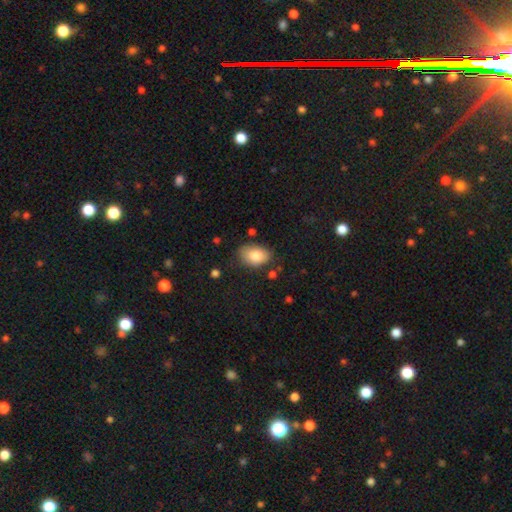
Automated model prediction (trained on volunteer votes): smooth-or-featured: smooth: 82% | featured or disk: 10% | star or artifact: 8%
  how-rounded: in between: 84% | round: 15% | cigar-shaped: 1%
  merging: none: 72% | minor disturbance: 20% | major disturbance: 5% | merger: 3%